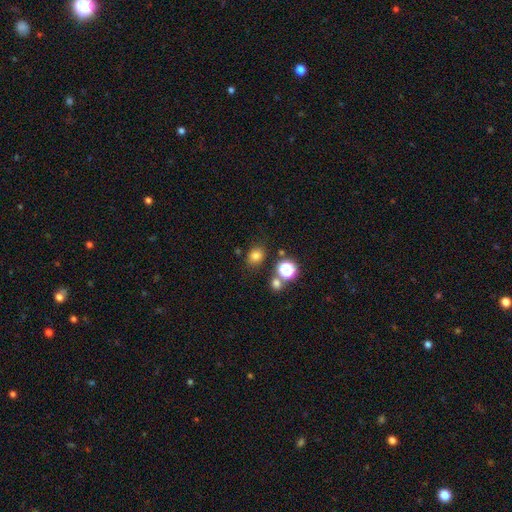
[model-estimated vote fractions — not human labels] smooth 77%, star or artifact 17%, featured or disk 6%. Down the decision tree: how rounded — round (51%); merging — none (77%).